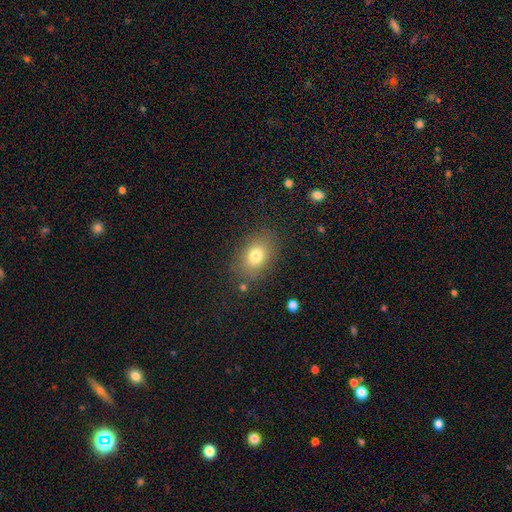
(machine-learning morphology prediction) smooth_or_featured: smooth (p=0.78) [alt: featured or disk p=0.11]
how_rounded: in between (p=0.74) [alt: round p=0.25]
merging: none (p=0.83) [alt: minor disturbance p=0.11]